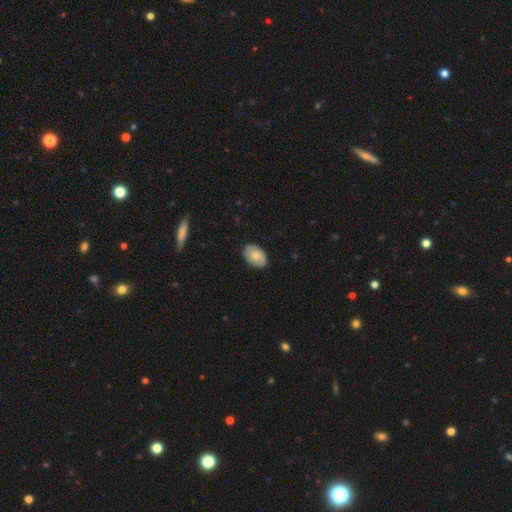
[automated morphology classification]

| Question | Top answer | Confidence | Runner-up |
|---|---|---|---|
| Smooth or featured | smooth | 69% | featured or disk (25%) |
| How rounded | in between | 89% | round (10%) |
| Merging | none | 83% | minor disturbance (14%) |